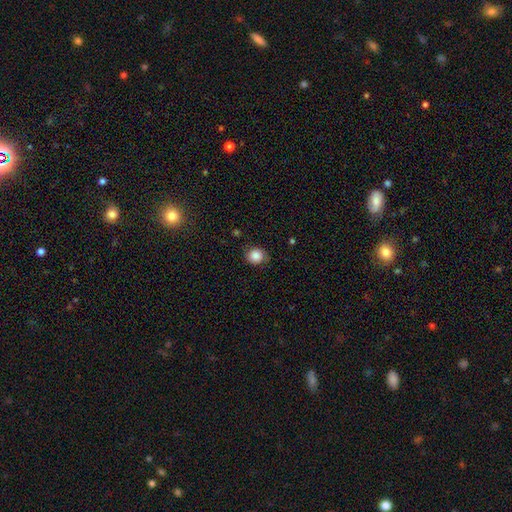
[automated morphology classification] Smooth or featured?
  - smooth: 84% *
  - star or artifact: 9%
  - featured or disk: 7%
How rounded?
  - round: 79% *
  - in between: 21%
  - cigar-shaped: 1%
Merging?
  - none: 78% *
  - minor disturbance: 17%
  - major disturbance: 4%
  - merger: 1%